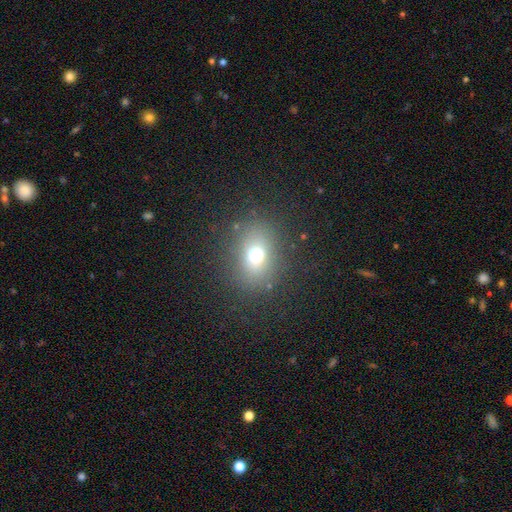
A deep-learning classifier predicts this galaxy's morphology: Overall: smooth (65%). How rounded: round (60%; in between 38%). Merging: none (81%).